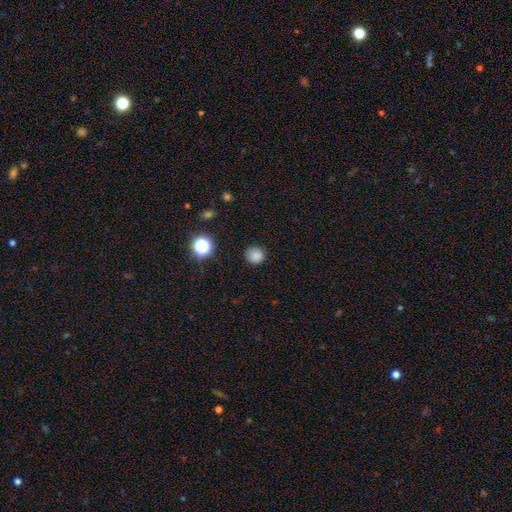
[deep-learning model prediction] smooth_or_featured: smooth (p=0.81) [alt: star or artifact p=0.14]
how_rounded: round (p=0.88) [alt: in between p=0.11]
merging: none (p=0.86) [alt: minor disturbance p=0.10]